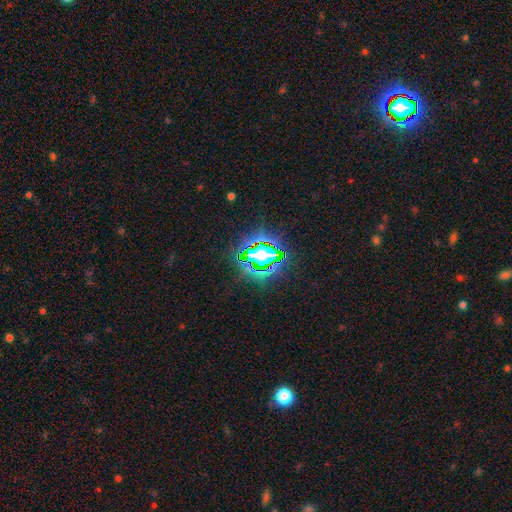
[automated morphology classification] Smooth or featured? star or artifact (79%)